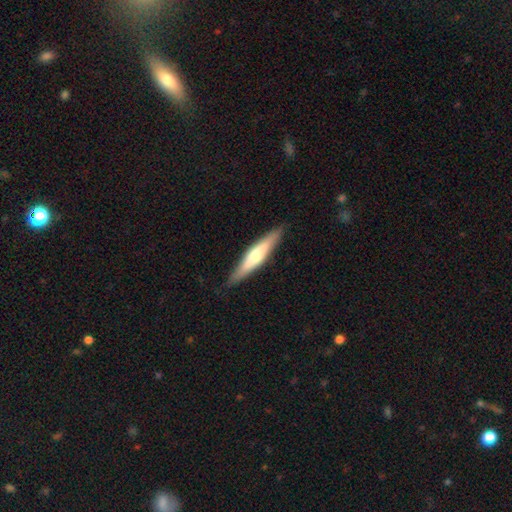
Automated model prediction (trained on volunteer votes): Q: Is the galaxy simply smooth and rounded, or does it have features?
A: featured or disk — 49%.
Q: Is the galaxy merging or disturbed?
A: none — 88%.